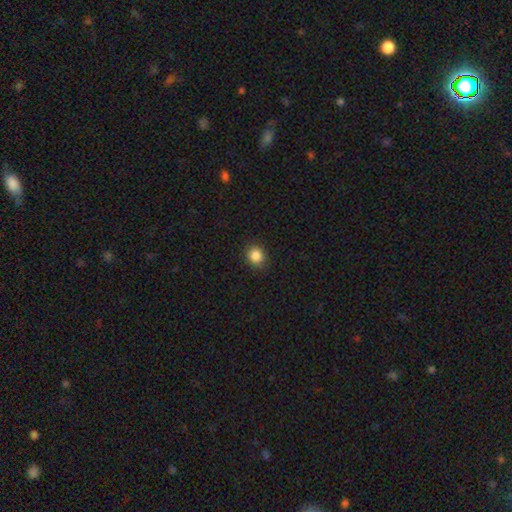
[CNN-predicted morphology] type=smooth (86%); roundness=round (80%); merging=none (88%).